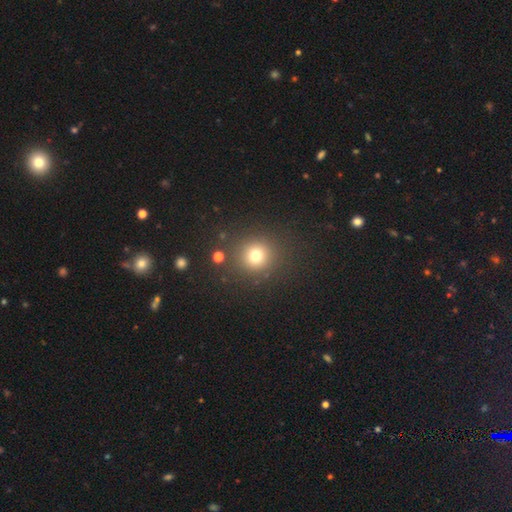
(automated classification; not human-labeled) This appears to be a smooth galaxy with no disk features (75%) that is round (92%). Merging: none (87%).